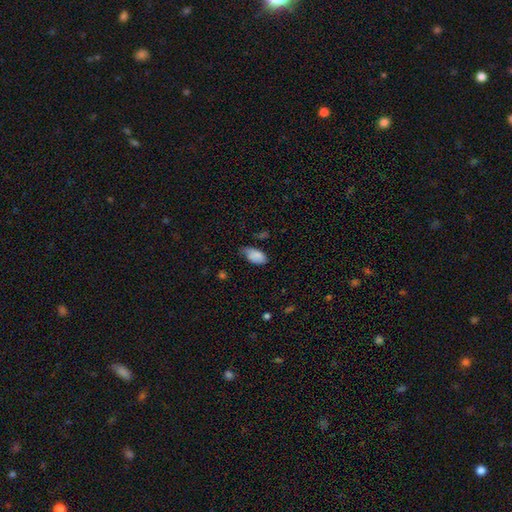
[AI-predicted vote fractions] Morphology: type=smooth (84%); roundness=in between (94%); merging=minor disturbance (43%, tied with none).